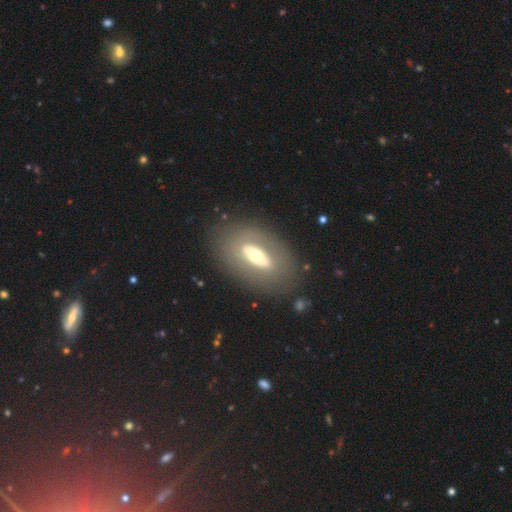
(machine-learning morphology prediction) Smooth or featured? featured or disk (55%)
Edge-on disk? no (88%)
Merging? none (80%)